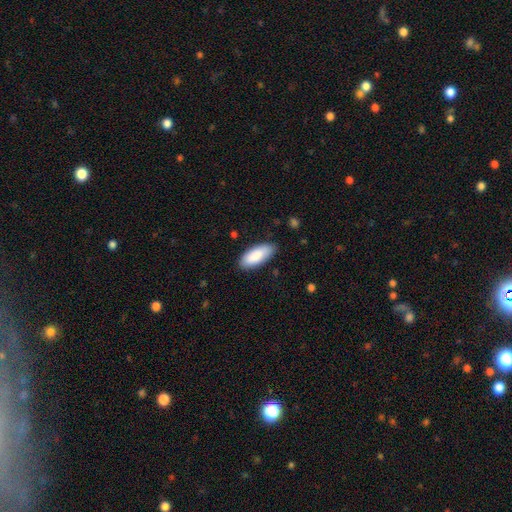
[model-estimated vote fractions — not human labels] Overall: smooth (87%). How rounded: in between (84%). Merging: none (85%).